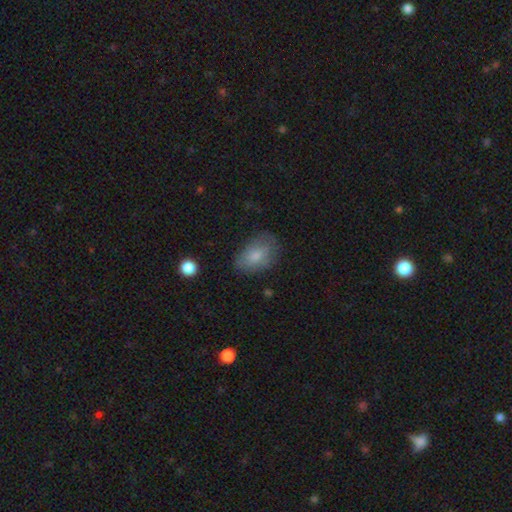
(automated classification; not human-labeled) Smooth or featured: smooth — 76% (featured or disk — 16%)
How rounded: in between — 88% (round — 10%)
Merging: none — 68% (minor disturbance — 23%)